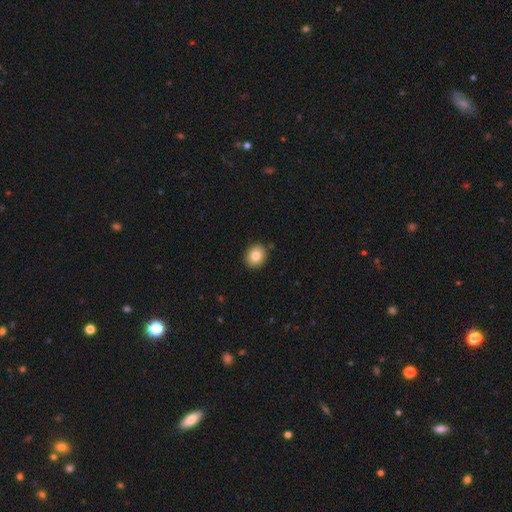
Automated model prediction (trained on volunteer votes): Morphology: type=smooth (81%); roundness=round (72%); merging=none (89%).